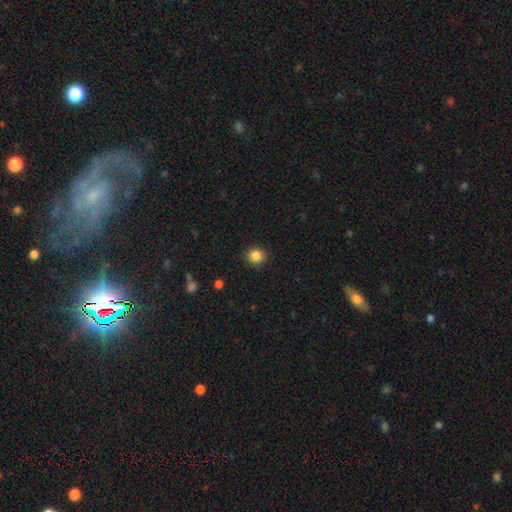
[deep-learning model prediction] Smooth or featured?
  - smooth: 86% *
  - star or artifact: 10%
  - featured or disk: 4%
How rounded?
  - round: 81% *
  - in between: 18%
  - cigar-shaped: 1%
Merging?
  - none: 89% *
  - minor disturbance: 8%
  - major disturbance: 2%
  - merger: 1%